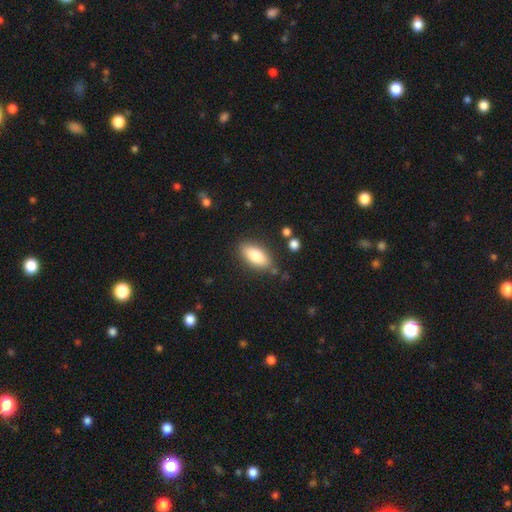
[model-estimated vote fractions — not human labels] Q: Smooth or featured?
A: smooth (80%); runner-up: featured or disk (13%)
Q: How rounded?
A: in between (86%); runner-up: cigar-shaped (11%)
Q: Merging?
A: none (82%); runner-up: minor disturbance (12%)